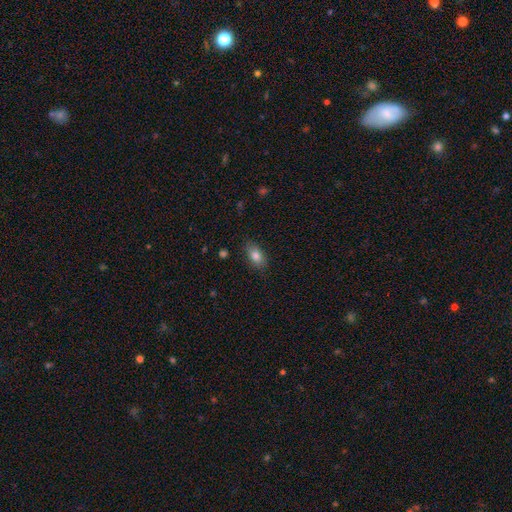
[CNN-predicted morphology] This is clearly a smooth galaxy (82%). How rounded: clearly in between (88%). Merging: clearly none (84%).